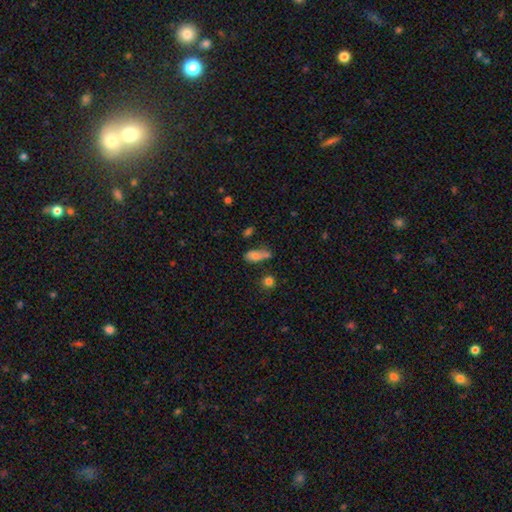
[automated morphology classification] type=smooth (73%); roundness=in between (76%); merging=none (47%).